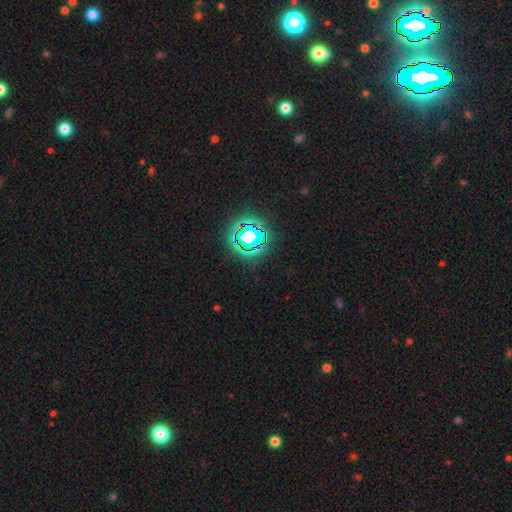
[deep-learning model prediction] Smooth or featured? Predicted: star or artifact (p=0.81).